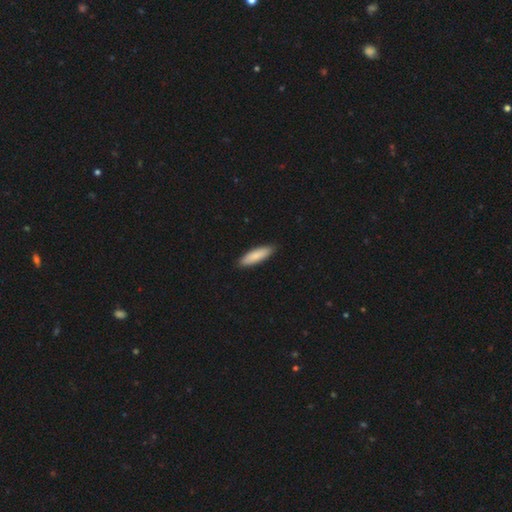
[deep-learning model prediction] Smooth or featured? smooth (86%)
How rounded? cigar-shaped (57%)
Merging? none (89%)